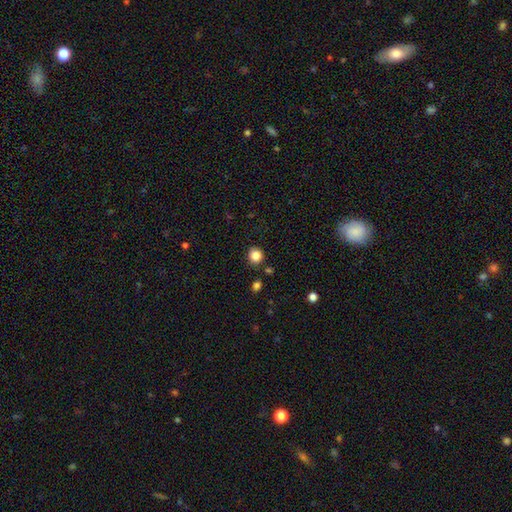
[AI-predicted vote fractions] Morphology: type=smooth (86%); roundness=round (86%); merging=none (86%).